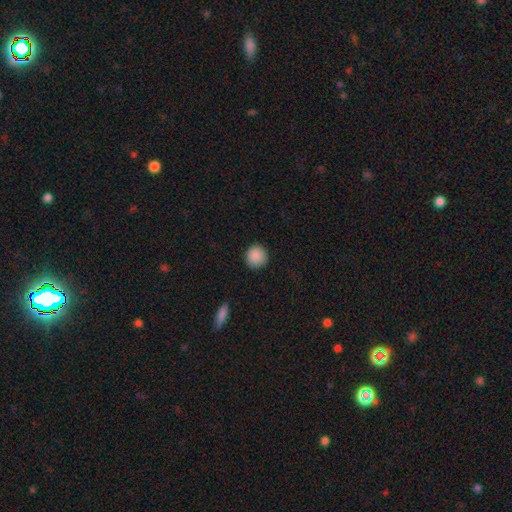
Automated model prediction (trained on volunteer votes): smooth 89%, star or artifact 8%, featured or disk 3%. Down the decision tree: how rounded — round (94%); merging — none (91%).